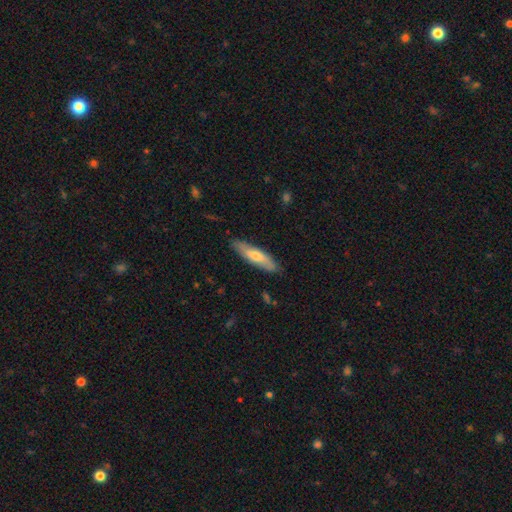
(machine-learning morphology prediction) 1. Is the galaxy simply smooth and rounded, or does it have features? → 61% smooth, 34% featured or disk, 5% star or artifact.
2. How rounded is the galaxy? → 70% cigar-shaped, 28% in between, 2% round.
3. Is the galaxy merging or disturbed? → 84% none, 13% minor disturbance, 2% major disturbance, 1% merger.